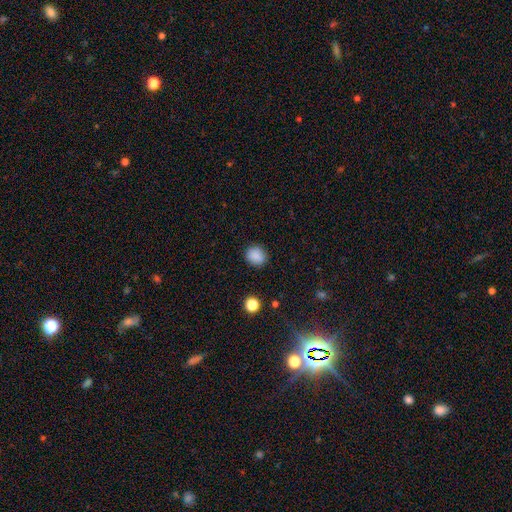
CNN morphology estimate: Q: Smooth or featured?
A: smooth (87%); runner-up: star or artifact (10%)
Q: How rounded?
A: round (79%); runner-up: in between (20%)
Q: Merging?
A: none (87%); runner-up: minor disturbance (9%)